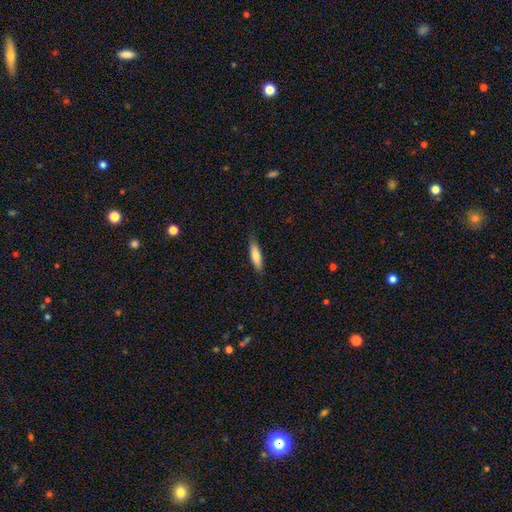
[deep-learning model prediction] Smooth or featured: smooth — 76% (featured or disk — 18%)
How rounded: cigar-shaped — 61% (in between — 37%)
Merging: none — 82% (minor disturbance — 14%)